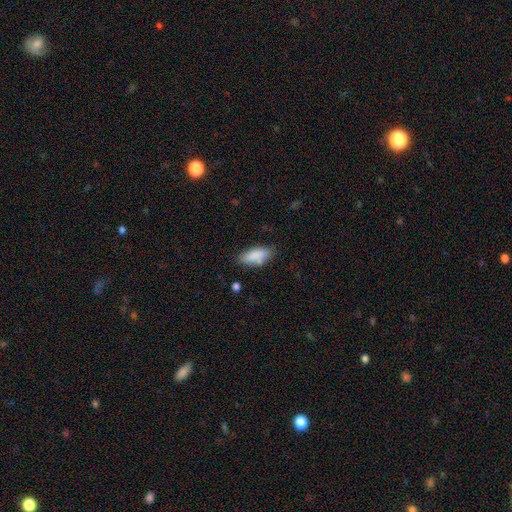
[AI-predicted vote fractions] A smooth galaxy with no disk features (84%) that is in between round and cigar-shaped (83%). Merging: none (71%).